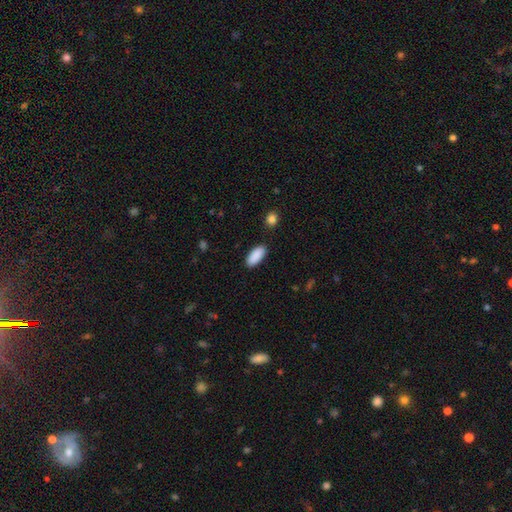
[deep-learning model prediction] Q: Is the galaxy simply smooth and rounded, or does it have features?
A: smooth — 91%.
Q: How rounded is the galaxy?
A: in between — 86%.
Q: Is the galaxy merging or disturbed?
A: none — 89%.